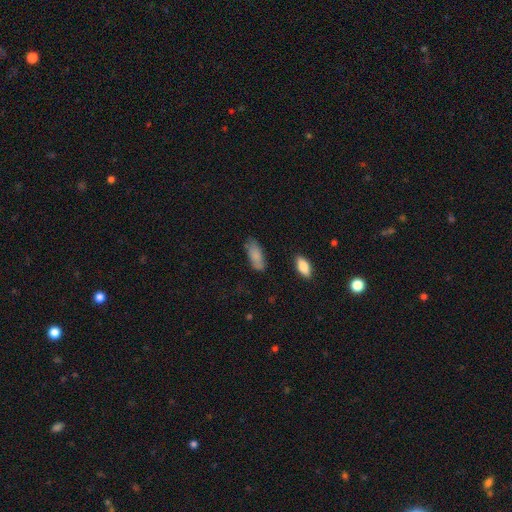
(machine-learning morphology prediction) This appears to be a smooth galaxy with no disk features (83%) that is in between round and cigar-shaped (77%). Merging: none (68%).